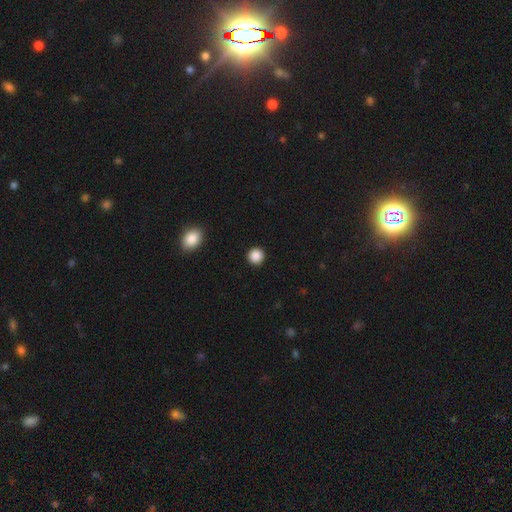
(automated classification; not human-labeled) A smooth galaxy with no disk features (88%) that is round (94%).

Vote fractions:
- Smooth or featured? smooth: 88% / star or artifact: 10% / featured or disk: 3%
- How rounded? round: 94% / in between: 5% / cigar-shaped: 1%
- Merging? none: 93% / minor disturbance: 4% / major disturbance: 2% / merger: 1%